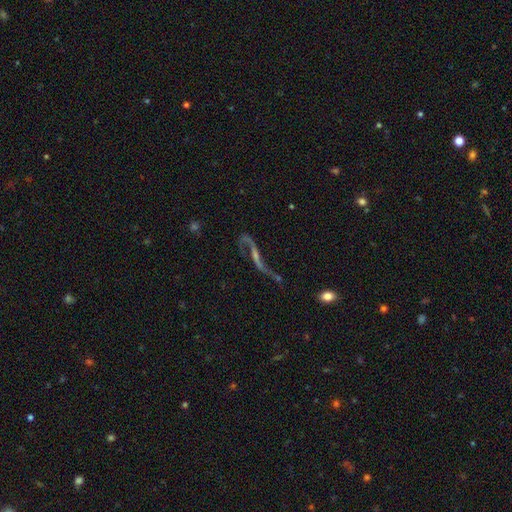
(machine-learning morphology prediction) Q: Smooth or featured?
A: featured or disk (80%); runner-up: star or artifact (11%)
Q: Edge-on disk?
A: no (80%); runner-up: yes (20%)
Q: Bar?
A: no (37%); runner-up: weak (34%)
Q: Spiral arms?
A: yes (84%); runner-up: no (16%)
Q: Spiral winding?
A: loose (93%); runner-up: medium (5%)
Q: Spiral arm count?
A: 2 (87%); runner-up: 1 (8%)
Q: Bulge size?
A: small (45%); runner-up: none (37%)
Q: Merging?
A: none (47%); runner-up: major disturbance (24%)